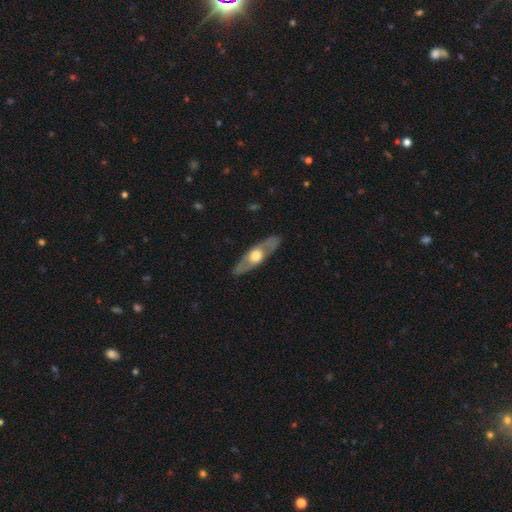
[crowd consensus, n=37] Volunteers were most divided on "edge-on disk": yes: 58%, no: 42%. More confident: edge-on bulge — rounded (100%); merging — none (86%); smooth or featured — featured or disk (70%).